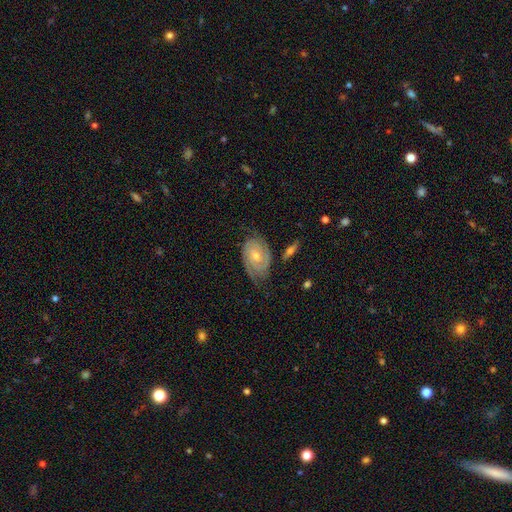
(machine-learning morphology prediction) The model was most divided on "bulge size": moderate: 50%, small: 45%, large: 2%, none: 2%, dominant: 1%. More confident: edge-on disk — no (96%); spiral arms — yes (95%); smooth or featured — featured or disk (80%); merging — none (71%); spiral arm count — 2 (70%); bar — no (68%); spiral winding — tight (68%).